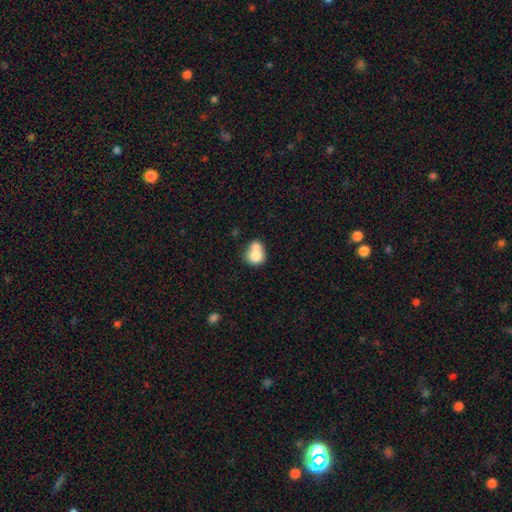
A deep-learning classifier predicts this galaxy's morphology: Overall: smooth (74%). How rounded: round (66%; in between 33%). Merging: merger (62%; none 25%).